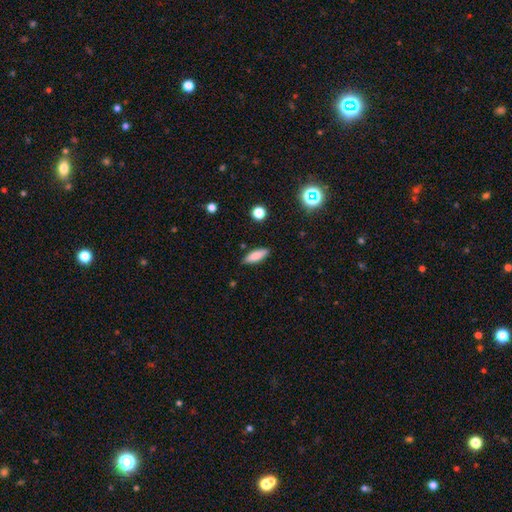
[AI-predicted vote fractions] This is clearly a smooth galaxy (82%). How rounded: possibly in between (56%). Merging: clearly none (86%).